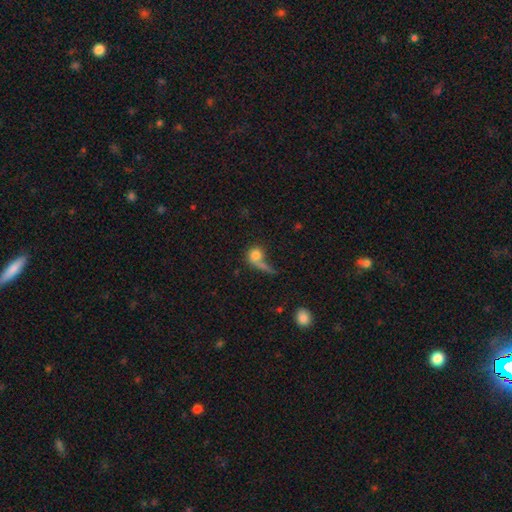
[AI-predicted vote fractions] Overall: smooth (70%). How rounded: round (63%; in between 31%). Merging: major disturbance (33%; merger 27%).